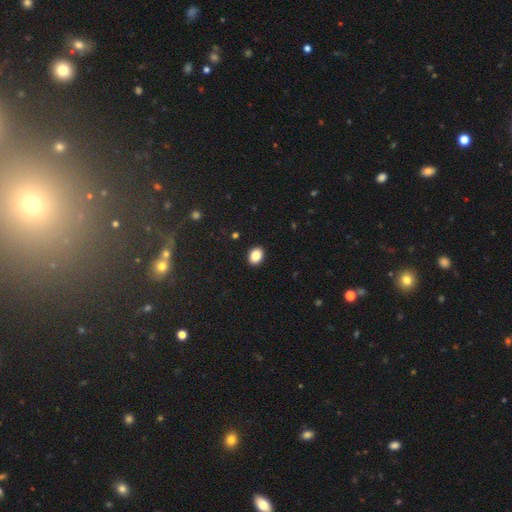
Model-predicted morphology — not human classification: smooth-or-featured: smooth: 87% | star or artifact: 9% | featured or disk: 4%
  how-rounded: in between: 64% | round: 35% | cigar-shaped: 1%
  merging: none: 91% | minor disturbance: 6% | major disturbance: 2% | merger: 1%